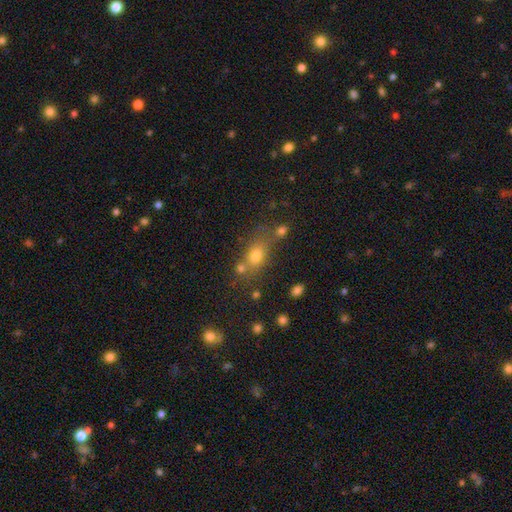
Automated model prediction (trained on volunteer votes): Smooth or featured?
  - smooth: 71% *
  - star or artifact: 16%
  - featured or disk: 13%
How rounded?
  - in between: 60% *
  - round: 33%
  - cigar-shaped: 7%
Merging?
  - none: 55% *
  - merger: 21%
  - minor disturbance: 16%
  - major disturbance: 8%